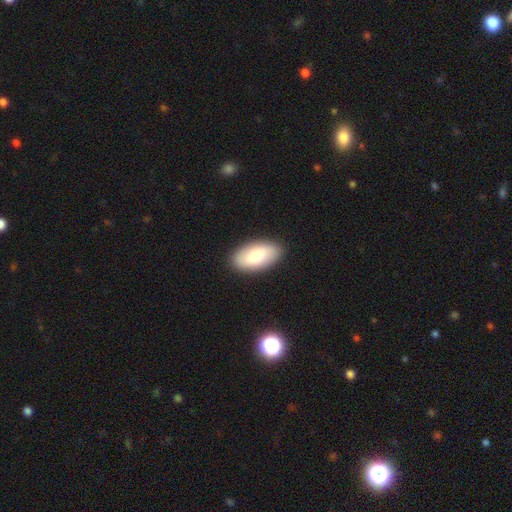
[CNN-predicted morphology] A smooth galaxy with no disk features (74%) that is in between round and cigar-shaped (94%).

Vote fractions:
- Smooth or featured? smooth: 74% / featured or disk: 20% / star or artifact: 6%
- How rounded? in between: 94% / round: 3% / cigar-shaped: 3%
- Merging? none: 89% / minor disturbance: 7% / major disturbance: 2% / merger: 1%